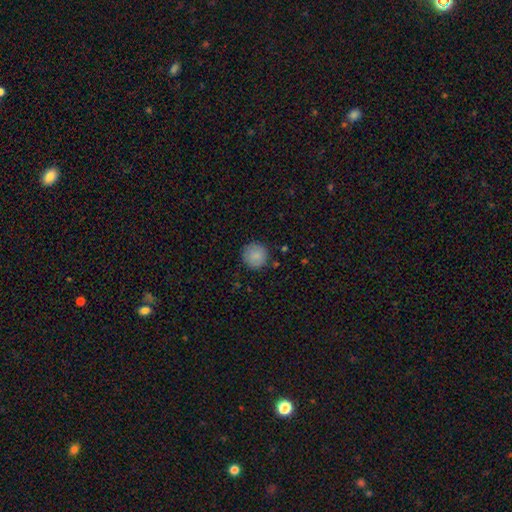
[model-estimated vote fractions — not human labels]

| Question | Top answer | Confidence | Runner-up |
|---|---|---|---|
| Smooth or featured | smooth | 87% | star or artifact (8%) |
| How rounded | round | 94% | in between (5%) |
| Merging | none | 87% | minor disturbance (9%) |